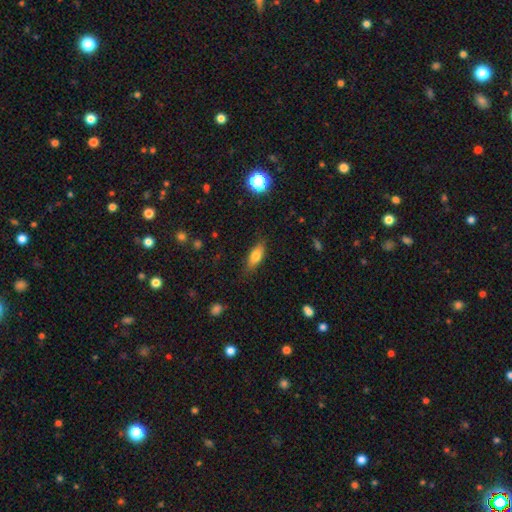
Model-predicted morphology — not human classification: The model was most divided on "how rounded": in between: 73%, cigar-shaped: 23%, round: 4%. More confident: merging — none (81%); smooth or featured — smooth (75%).